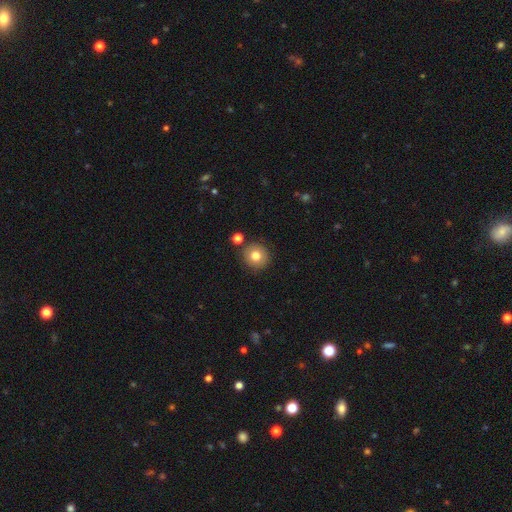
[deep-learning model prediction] Smooth or featured? smooth (79%)
How rounded? round (92%)
Merging? none (86%)